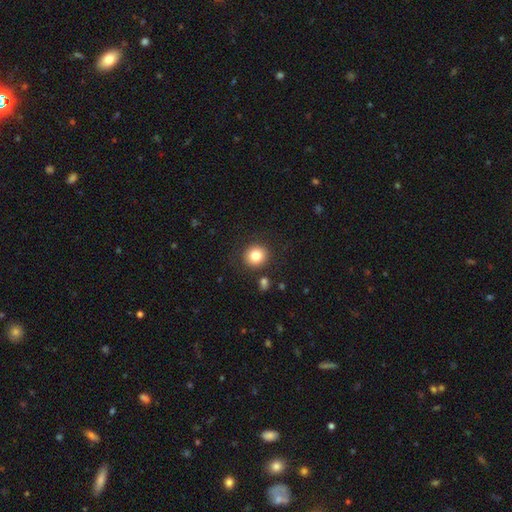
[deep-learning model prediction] Smooth or featured?
  - smooth: 82% *
  - star or artifact: 10%
  - featured or disk: 8%
How rounded?
  - round: 88% *
  - in between: 12%
  - cigar-shaped: 1%
Merging?
  - none: 87% *
  - minor disturbance: 7%
  - merger: 3%
  - major disturbance: 3%